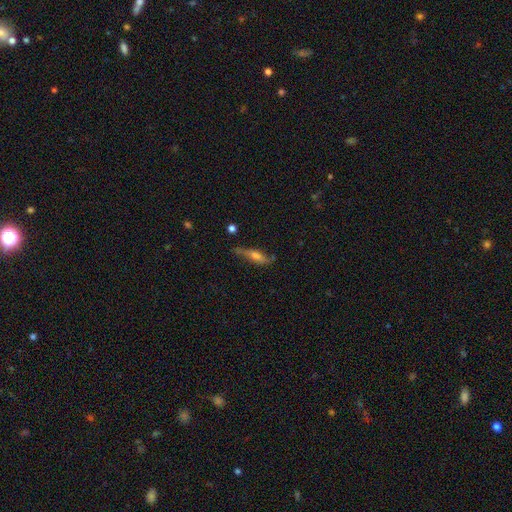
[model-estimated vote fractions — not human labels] Smooth or featured?
  - featured or disk: 52% *
  - smooth: 40%
  - star or artifact: 8%
Edge-on disk?
  - yes: 58% *
  - no: 42%
Merging?
  - none: 58% *
  - minor disturbance: 27%
  - major disturbance: 10%
  - merger: 4%